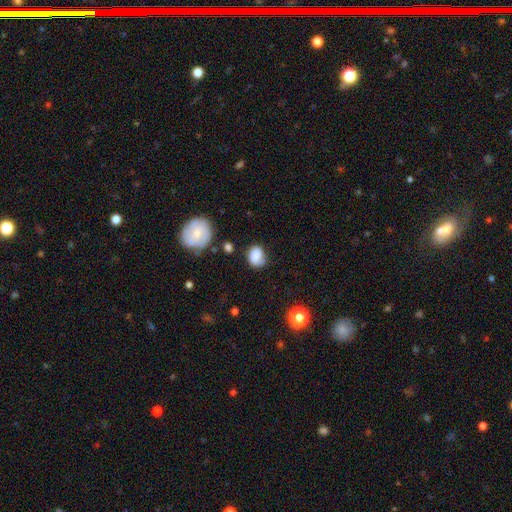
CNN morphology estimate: This appears to be a smooth galaxy with no disk features (78%) that is round (50%). Merging: none (56%).